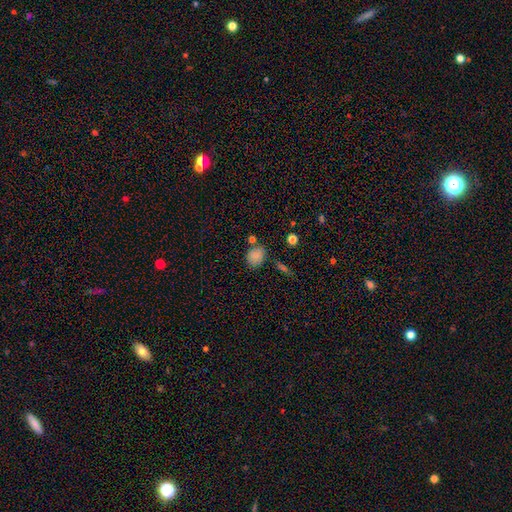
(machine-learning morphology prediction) type=smooth (82%); roundness=round (51%); merging=none (67%).